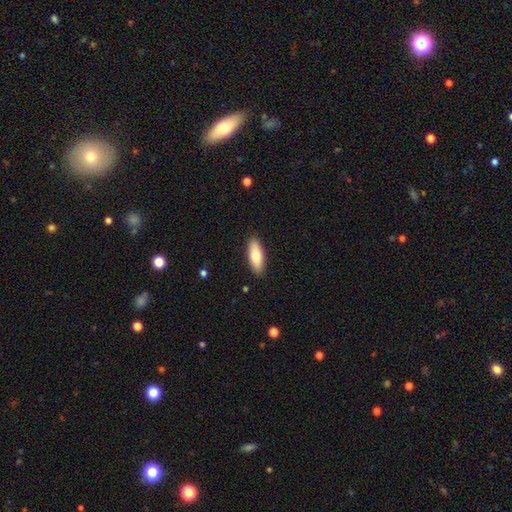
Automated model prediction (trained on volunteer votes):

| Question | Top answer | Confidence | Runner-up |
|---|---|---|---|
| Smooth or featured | smooth | 77% | featured or disk (18%) |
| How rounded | in between | 73% | cigar-shaped (25%) |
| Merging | none | 89% | minor disturbance (8%) |